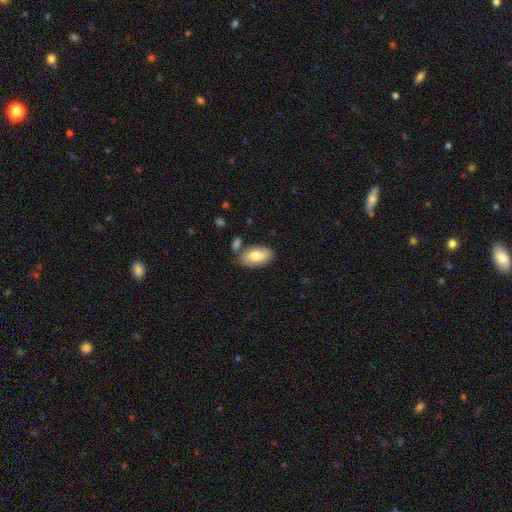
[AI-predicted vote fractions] Q: Smooth or featured?
A: smooth (71%); runner-up: featured or disk (22%)
Q: How rounded?
A: in between (93%); runner-up: round (5%)
Q: Merging?
A: none (72%); runner-up: minor disturbance (15%)